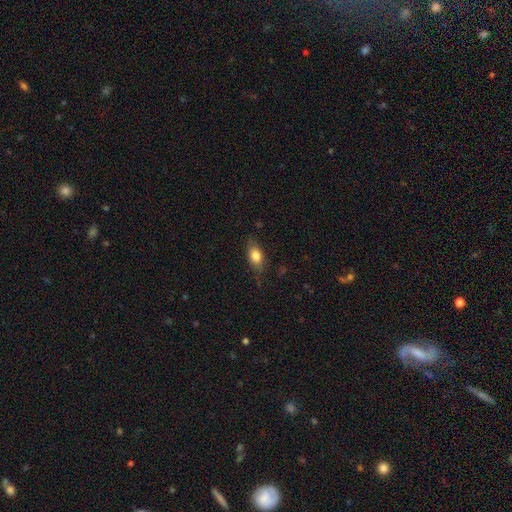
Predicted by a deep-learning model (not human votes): This is clearly a smooth galaxy (81%). How rounded: clearly in between (83%). Merging: likely none (74%).